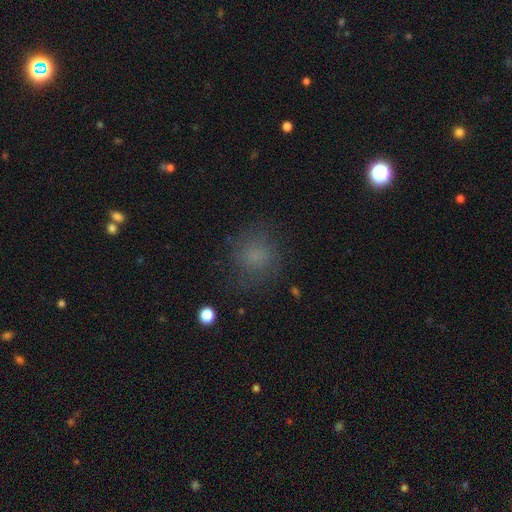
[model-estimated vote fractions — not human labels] smooth_or_featured: smooth (p=0.71) [alt: star or artifact p=0.16]
how_rounded: round (p=0.81) [alt: in between p=0.18]
merging: none (p=0.73) [alt: minor disturbance p=0.16]